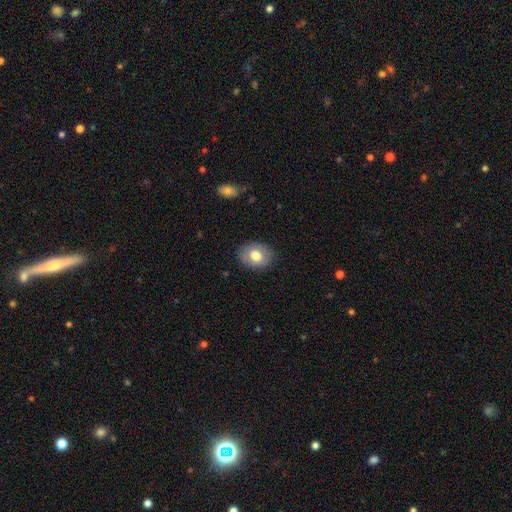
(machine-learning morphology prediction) Q: Smooth or featured?
A: smooth (75%); runner-up: featured or disk (18%)
Q: How rounded?
A: in between (61%); runner-up: round (38%)
Q: Merging?
A: none (86%); runner-up: minor disturbance (11%)